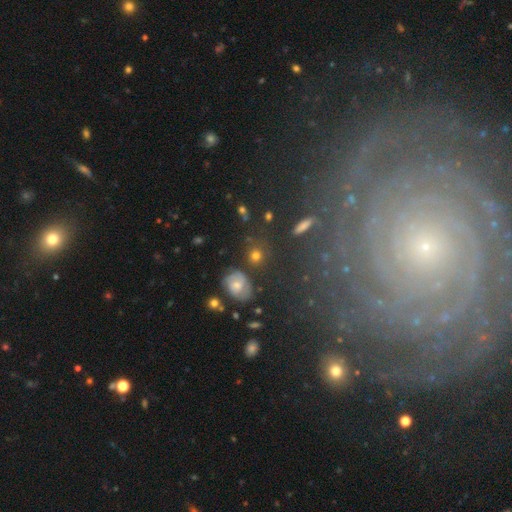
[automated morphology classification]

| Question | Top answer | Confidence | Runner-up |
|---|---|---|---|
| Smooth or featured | smooth | 71% | star or artifact (16%) |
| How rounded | round | 81% | in between (17%) |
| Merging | none | 75% | minor disturbance (13%) |